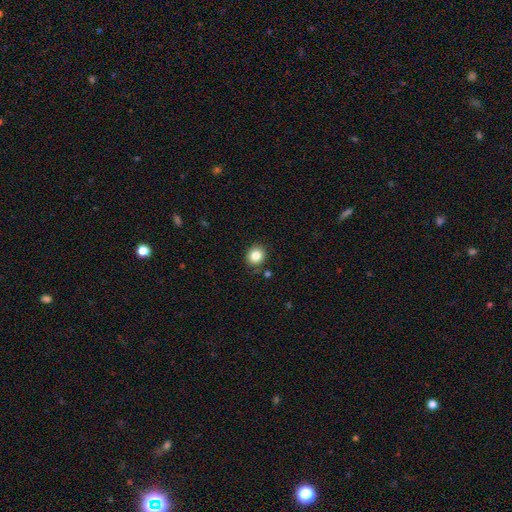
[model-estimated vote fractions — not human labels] This appears to be a smooth galaxy with no disk features (84%) that is round (80%). Merging: none (86%).